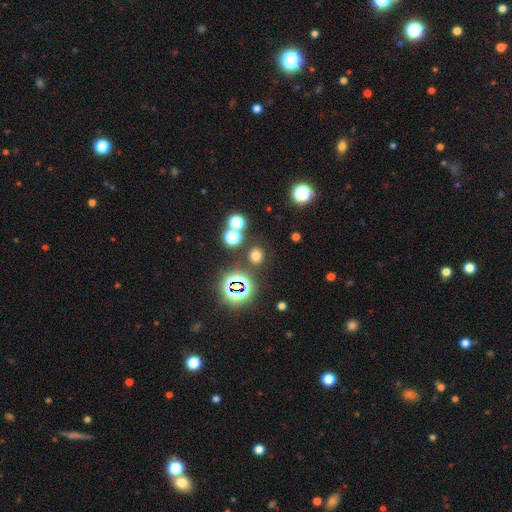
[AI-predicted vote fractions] smooth 65%, star or artifact 29%, featured or disk 6%. Down the decision tree: how rounded — round (84%); merging — none (83%).